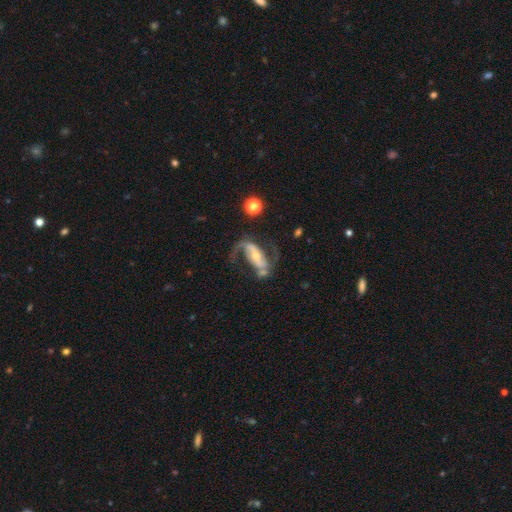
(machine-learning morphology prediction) Smooth or featured? Predicted: featured or disk (p=0.85). Edge-on disk? Predicted: no (p=0.94). Bar? Predicted: strong (p=0.45). Spiral arms? Predicted: yes (p=0.93). Spiral winding? Predicted: loose (p=0.56). Spiral arm count? Predicted: 2 (p=0.85). Bulge size? Predicted: moderate (p=0.48). Merging? Predicted: none (p=0.55).